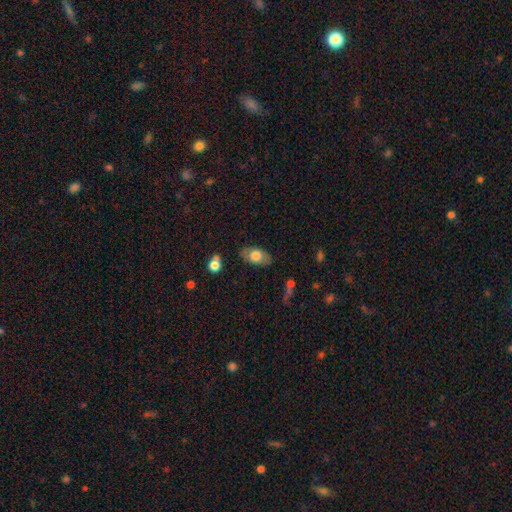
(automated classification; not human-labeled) This is likely a smooth galaxy (69%). How rounded: clearly in between (91%). Merging: likely none (76%).